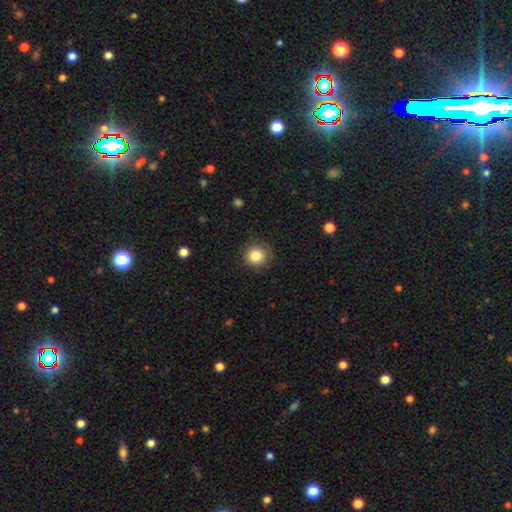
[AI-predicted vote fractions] The model was most divided on "merging": none: 85%, minor disturbance: 11%, major disturbance: 3%, merger: 1%. More confident: how rounded — round (92%); smooth or featured — smooth (84%).